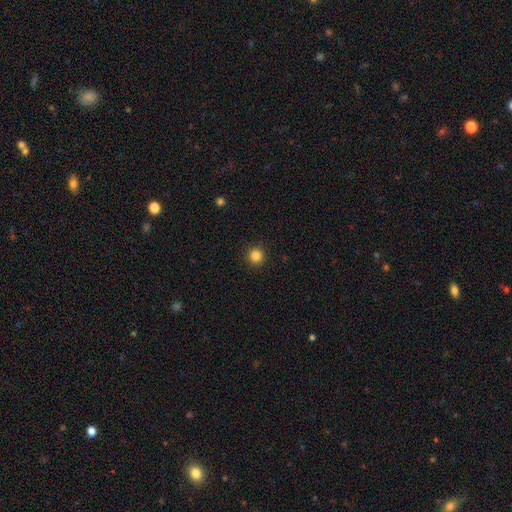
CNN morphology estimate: smooth-or-featured: smooth: 84% | star or artifact: 12% | featured or disk: 4%
  how-rounded: round: 95% | in between: 4% | cigar-shaped: 1%
  merging: none: 93% | minor disturbance: 5% | major disturbance: 2% | merger: 1%